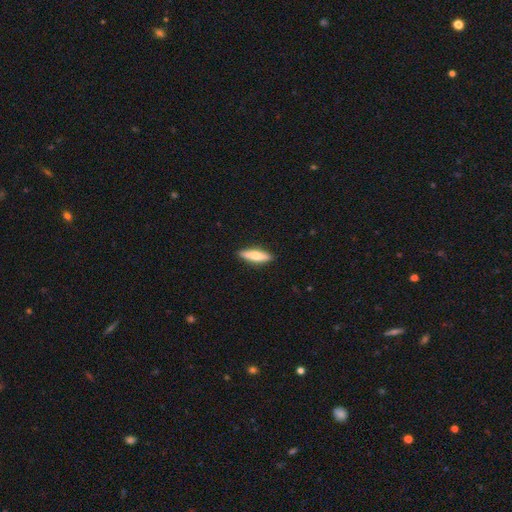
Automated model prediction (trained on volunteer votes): smooth-or-featured: smooth: 67% | featured or disk: 27% | star or artifact: 6%
  how-rounded: cigar-shaped: 67% | in between: 31% | round: 2%
  merging: none: 90% | minor disturbance: 8% | major disturbance: 2% | merger: 1%